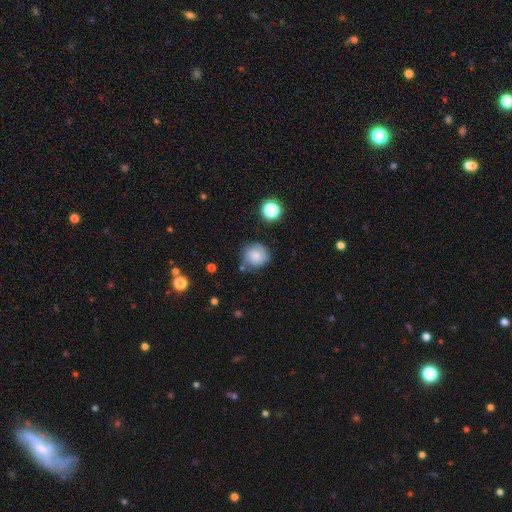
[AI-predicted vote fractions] Smooth or featured: smooth — 79% (featured or disk — 10%)
How rounded: round — 91% (in between — 8%)
Merging: none — 75% (minor disturbance — 16%)